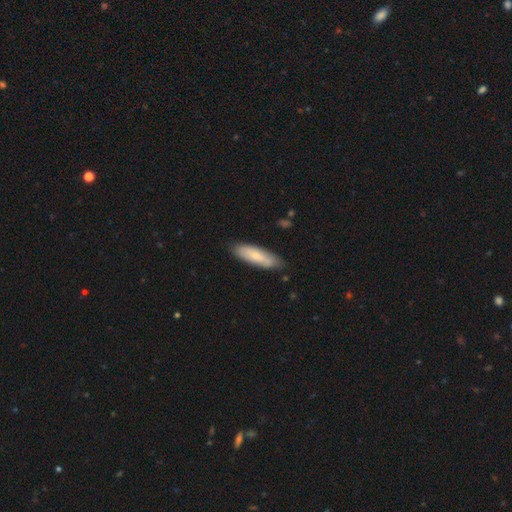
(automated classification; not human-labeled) This appears to be a smooth galaxy with no disk features (69%) that is cigar-shaped (54%). Merging: none (81%).